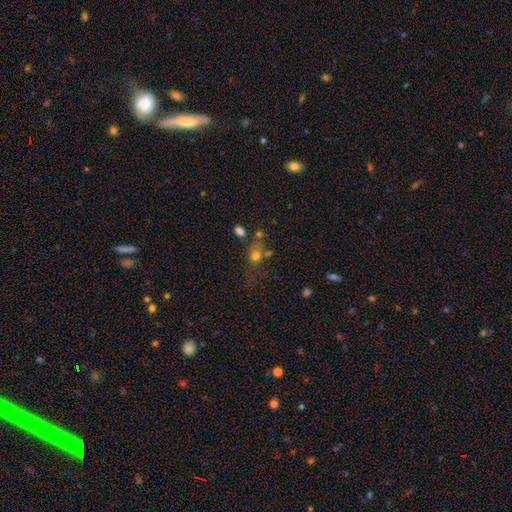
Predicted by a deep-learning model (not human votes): Overall: smooth (66%). How rounded: round (49%; in between 46%). Merging: none (49%; merger 20%).